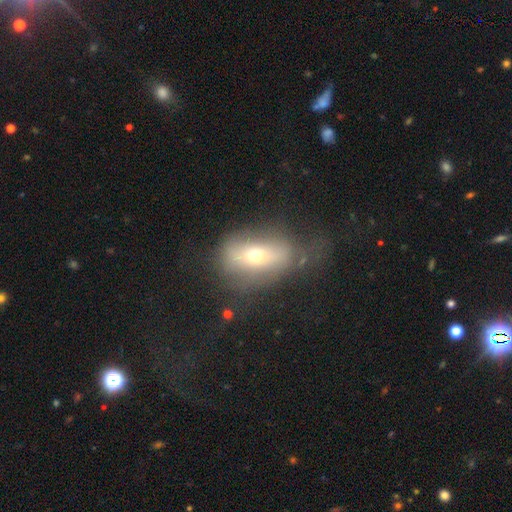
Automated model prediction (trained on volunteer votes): This appears to be a smooth galaxy with no disk features (50%). Merging: none (43%).